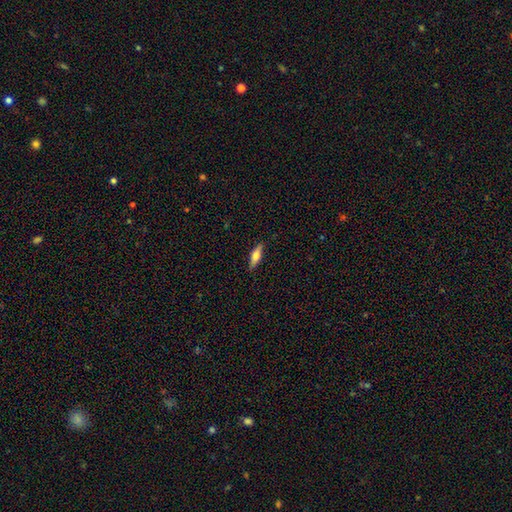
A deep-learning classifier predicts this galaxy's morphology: type=smooth (56%); roundness=cigar-shaped (55%); merging=none (87%).